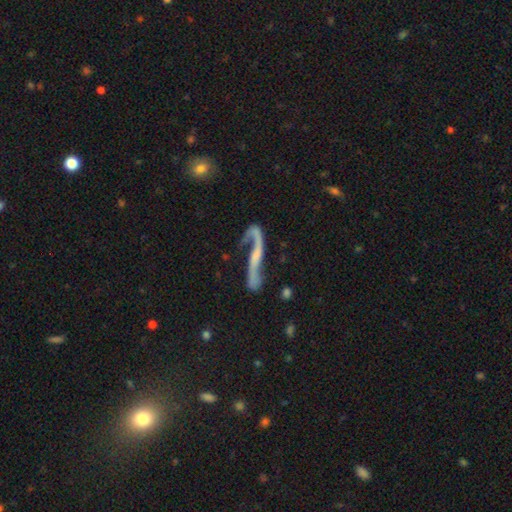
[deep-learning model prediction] featured or disk 83%, smooth 10%, star or artifact 6%. Down the decision tree: edge-on disk — no (74%); bar — no (43%); spiral arms — yes (91%); spiral arm count — 2 (86%); spiral winding — loose (86%); bulge size — small (45%); merging — none (51%).